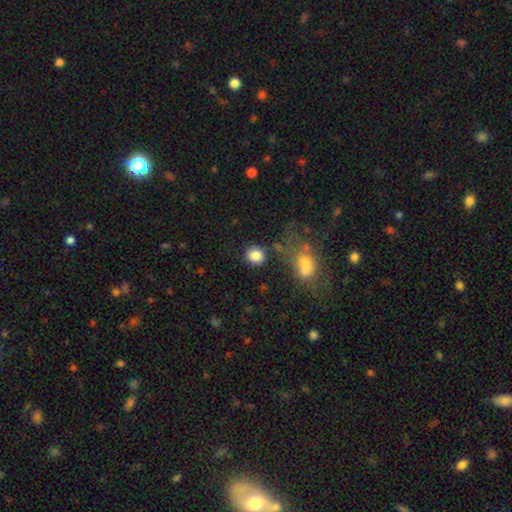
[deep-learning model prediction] Q: Smooth or featured?
A: smooth (85%); runner-up: star or artifact (9%)
Q: How rounded?
A: round (84%); runner-up: in between (15%)
Q: Merging?
A: none (74%); runner-up: minor disturbance (11%)